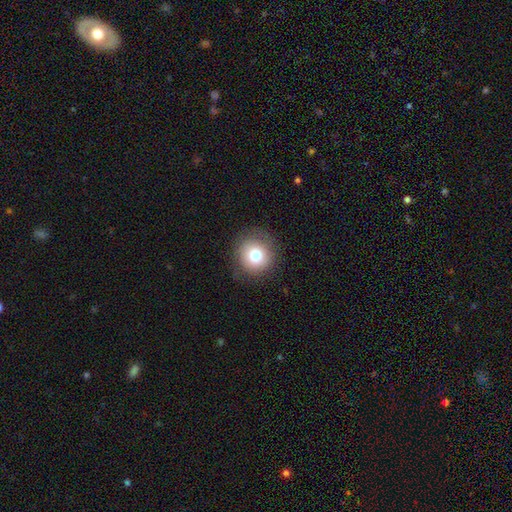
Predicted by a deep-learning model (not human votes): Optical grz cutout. It shows a smooth galaxy with no disk features (77%) that is round (91%). Merging: none (83%).